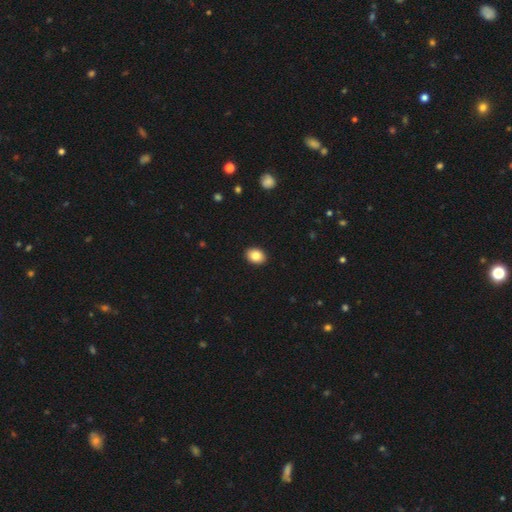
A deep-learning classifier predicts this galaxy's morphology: smooth_or_featured: smooth (p=0.85) [alt: star or artifact p=0.08]
how_rounded: in between (p=0.69) [alt: round p=0.30]
merging: none (p=0.92) [alt: minor disturbance p=0.06]